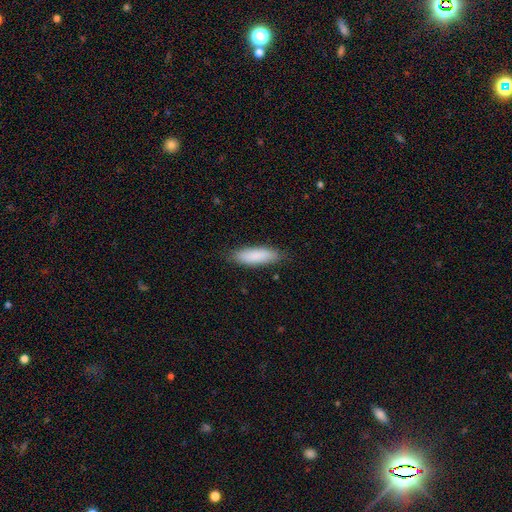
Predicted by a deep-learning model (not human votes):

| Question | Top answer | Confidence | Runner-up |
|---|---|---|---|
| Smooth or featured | smooth | 87% | featured or disk (7%) |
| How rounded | cigar-shaped | 49% | tied: in between (49%) |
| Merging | none | 84% | minor disturbance (13%) |